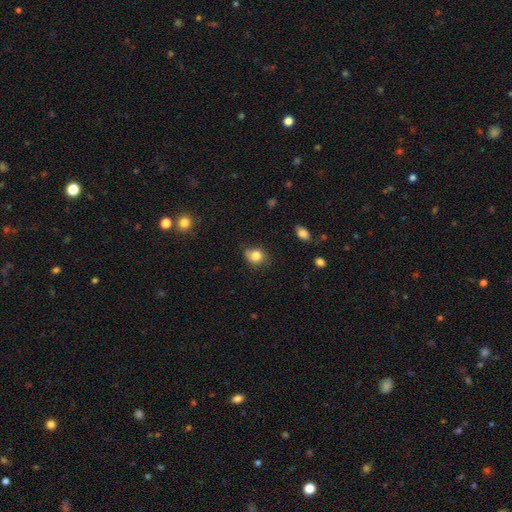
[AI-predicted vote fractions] smooth 83%, star or artifact 10%, featured or disk 7%. Down the decision tree: how rounded — round (64%); merging — none (72%).